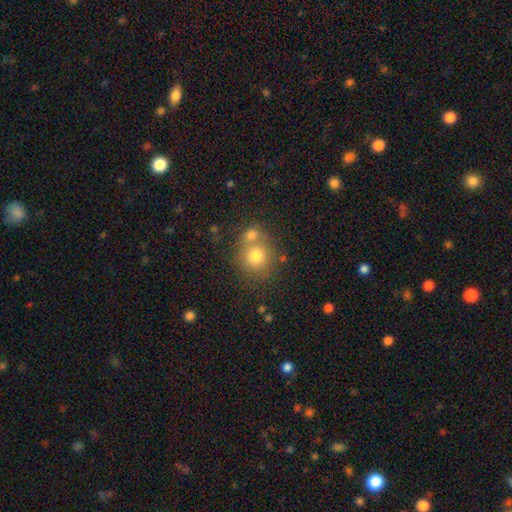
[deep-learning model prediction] This appears to be a smooth galaxy with no disk features (76%) that is round (86%). Merging: none (52%).